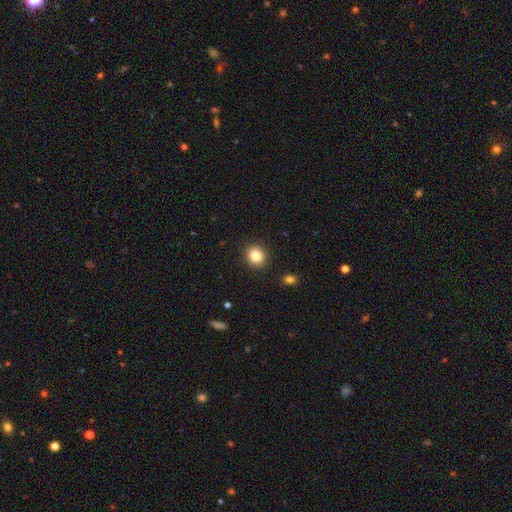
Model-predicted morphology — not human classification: Q: Smooth or featured?
A: smooth (83%); runner-up: star or artifact (10%)
Q: How rounded?
A: round (82%); runner-up: in between (17%)
Q: Merging?
A: none (91%); runner-up: minor disturbance (6%)